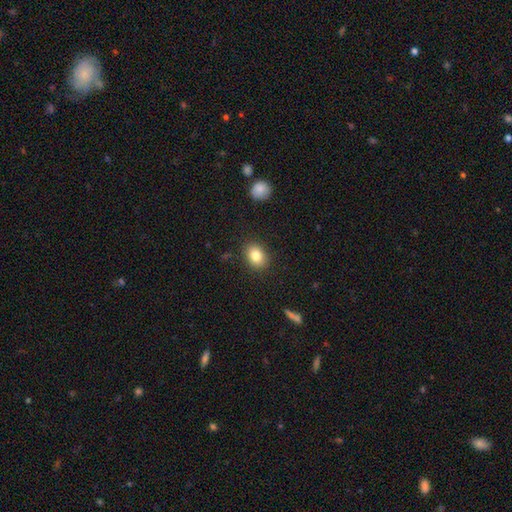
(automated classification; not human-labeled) A smooth galaxy with no disk features (82%) that is in between round and cigar-shaped (61%).

Vote fractions:
- Smooth or featured? smooth: 82% / star or artifact: 9% / featured or disk: 8%
- How rounded? in between: 61% / round: 38% / cigar-shaped: 1%
- Merging? none: 88% / minor disturbance: 9% / major disturbance: 2% / merger: 1%